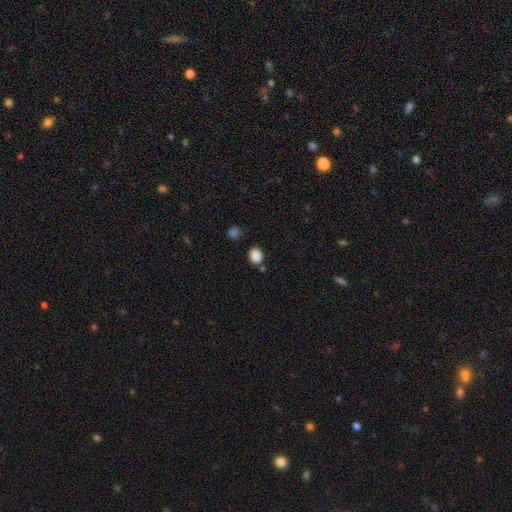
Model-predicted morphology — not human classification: smooth 87%, star or artifact 10%, featured or disk 3%. Down the decision tree: how rounded — in between (54%); merging — none (78%).